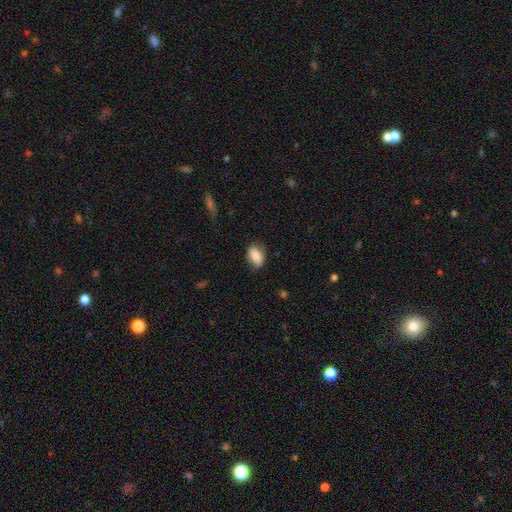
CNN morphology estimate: Smooth or featured? smooth (84%)
How rounded? in between (86%)
Merging? none (72%)